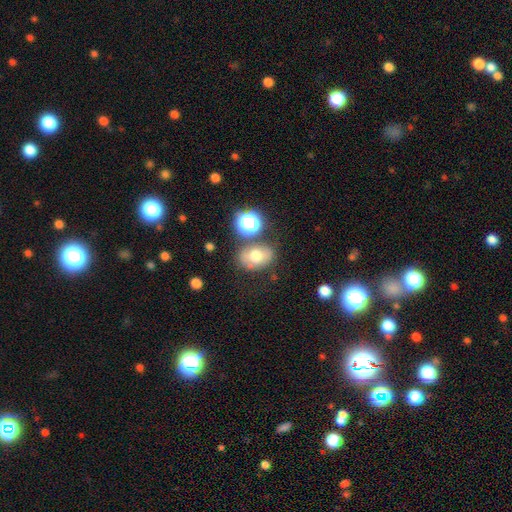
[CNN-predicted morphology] This appears to be a smooth galaxy with no disk features (61%) that is in between round and cigar-shaped (67%). Merging: none (66%).